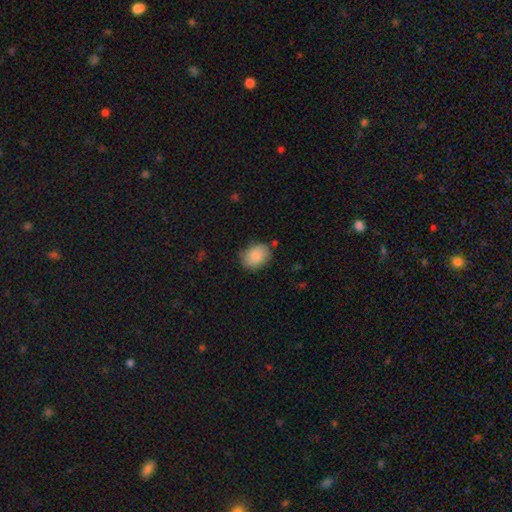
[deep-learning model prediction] Smooth or featured?
  - smooth: 87% *
  - featured or disk: 7%
  - star or artifact: 6%
How rounded?
  - in between: 67% *
  - round: 32%
  - cigar-shaped: 1%
Merging?
  - none: 76% *
  - minor disturbance: 18%
  - major disturbance: 4%
  - merger: 2%